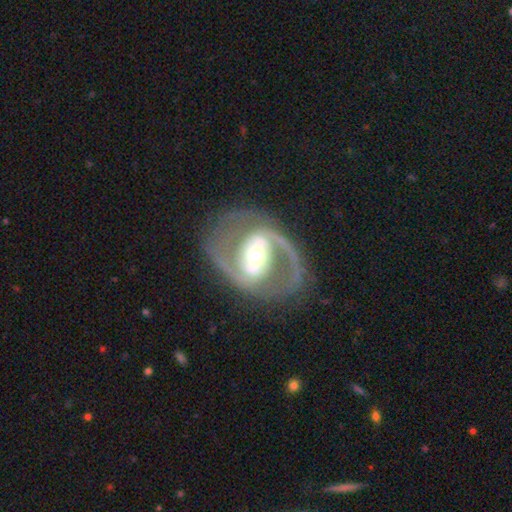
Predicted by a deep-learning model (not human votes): smooth_or_featured: featured or disk (p=0.89) [alt: smooth p=0.06]
disk_edge_on: no (p=0.97) [alt: yes p=0.03]
bar: strong (p=0.37) [alt: weak p=0.34]
has_spiral_arms: yes (p=0.93) [alt: no p=0.07]
spiral_winding: medium (p=0.59) [alt: tight p=0.21]
spiral_arm_count: 2 (p=0.92) [alt: can't tell p=0.03]
bulge_size: moderate (p=0.66) [alt: small p=0.18]
merging: none (p=0.78) [alt: minor disturbance p=0.12]